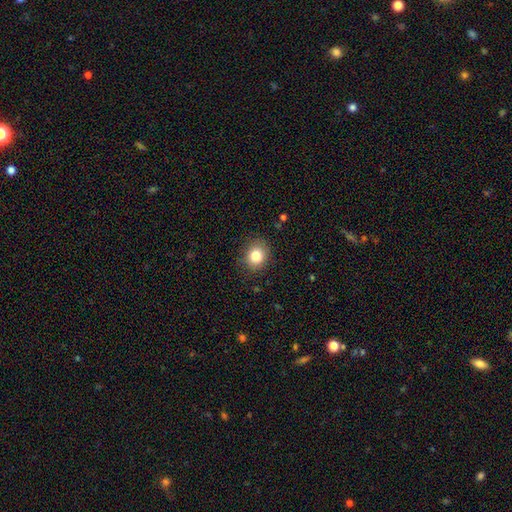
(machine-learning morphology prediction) Smooth or featured?
  - smooth: 83% *
  - star or artifact: 10%
  - featured or disk: 7%
How rounded?
  - round: 67% *
  - in between: 32%
  - cigar-shaped: 1%
Merging?
  - none: 85% *
  - minor disturbance: 11%
  - major disturbance: 3%
  - merger: 1%